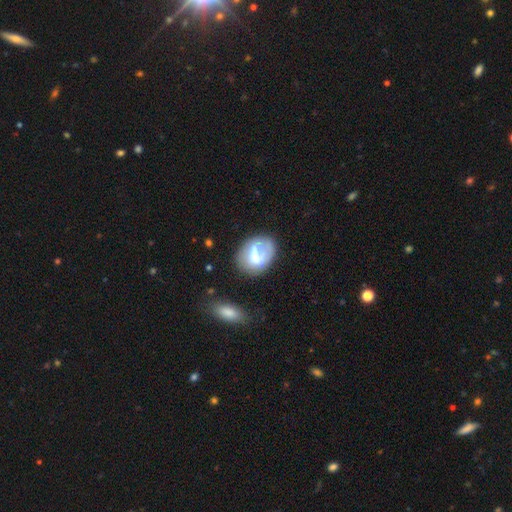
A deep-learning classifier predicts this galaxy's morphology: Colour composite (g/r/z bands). It shows a smooth galaxy with no disk features (53%) that is in between round and cigar-shaped (62%). Merging: none (49%).